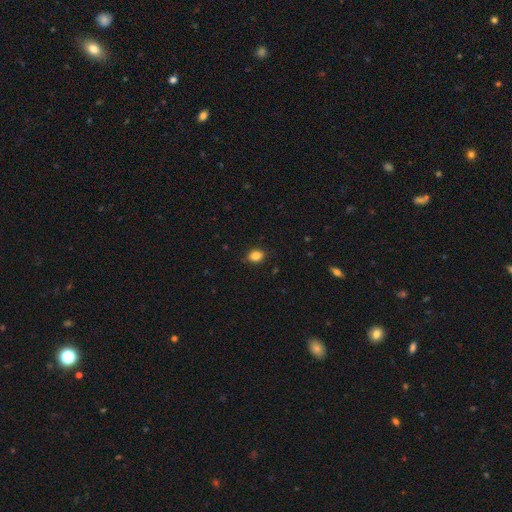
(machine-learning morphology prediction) The model was most divided on "how rounded": in between: 63%, round: 36%, cigar-shaped: 1%. More confident: smooth or featured — smooth (86%); merging — none (84%).